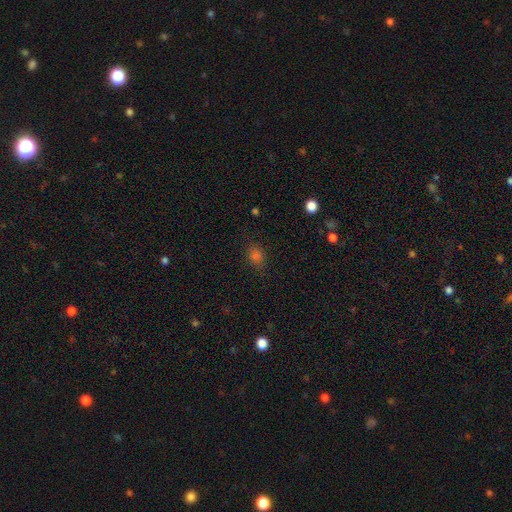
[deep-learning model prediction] This appears to be a smooth galaxy with no disk features (71%) that is round (50%). Merging: none (79%).